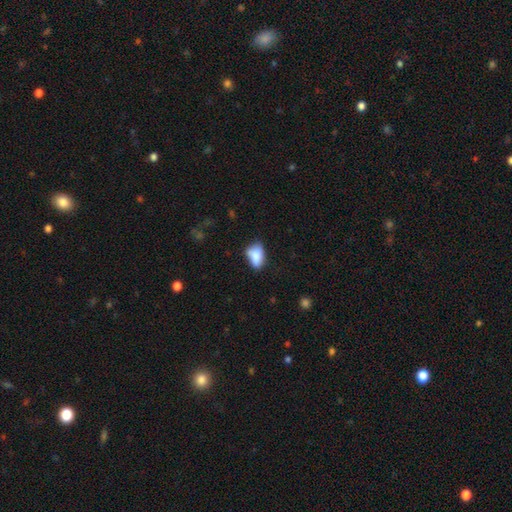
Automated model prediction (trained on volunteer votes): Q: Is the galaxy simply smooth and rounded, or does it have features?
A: smooth — 81%.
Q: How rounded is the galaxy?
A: in between — 87%.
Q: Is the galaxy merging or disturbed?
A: none — 48%.